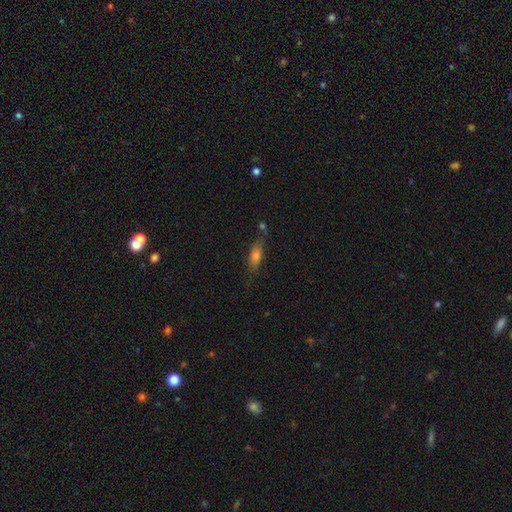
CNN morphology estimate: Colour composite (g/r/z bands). It shows a smooth galaxy with no disk features (66%) that is in between round and cigar-shaped (56%). Merging: none (64%).